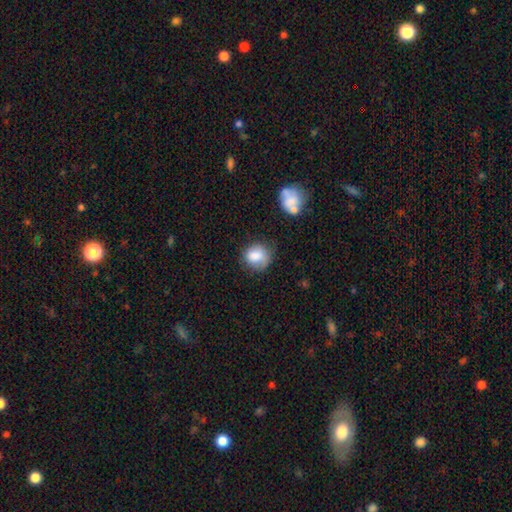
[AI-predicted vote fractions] A smooth galaxy with no disk features (82%) that is round (74%). Merging: none (61%).